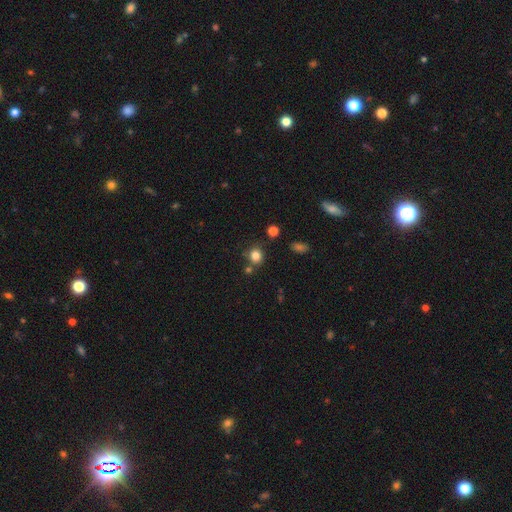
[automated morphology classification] Smooth or featured: smooth — 81% (star or artifact — 13%)
How rounded: round — 80% (in between — 19%)
Merging: none — 73% (minor disturbance — 12%)